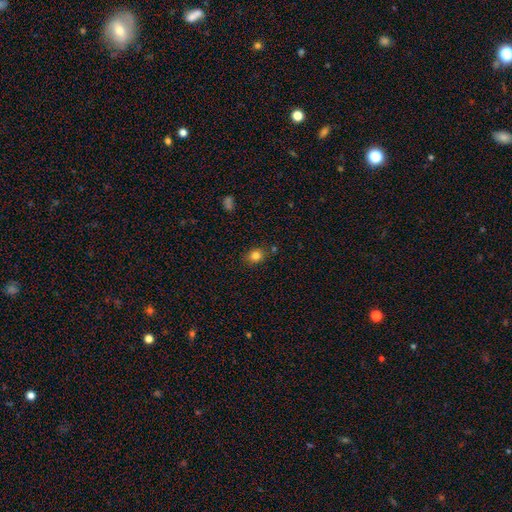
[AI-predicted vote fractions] Smooth or featured? Predicted: smooth (p=0.82). How rounded? Predicted: round (p=0.59). Merging? Predicted: none (p=0.80).